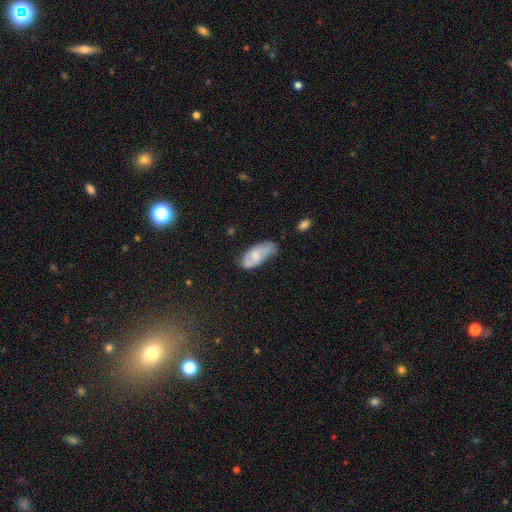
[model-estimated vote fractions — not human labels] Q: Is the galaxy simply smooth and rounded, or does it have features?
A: smooth — 63%.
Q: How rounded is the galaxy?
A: in between — 88%.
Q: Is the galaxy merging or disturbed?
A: none — 43%.